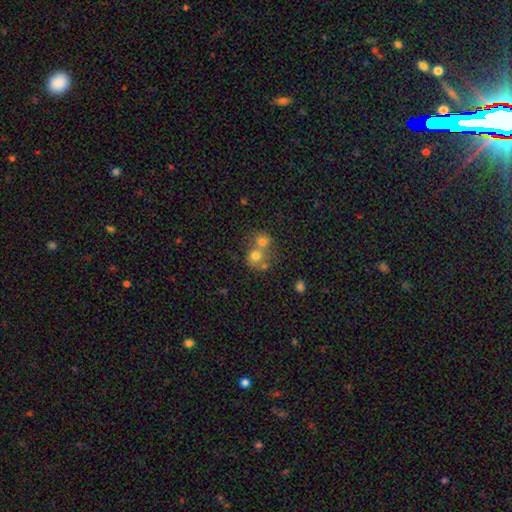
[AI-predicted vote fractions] smooth 70%, featured or disk 16%, star or artifact 14%. Down the decision tree: how rounded — round (79%); merging — merger (58%).